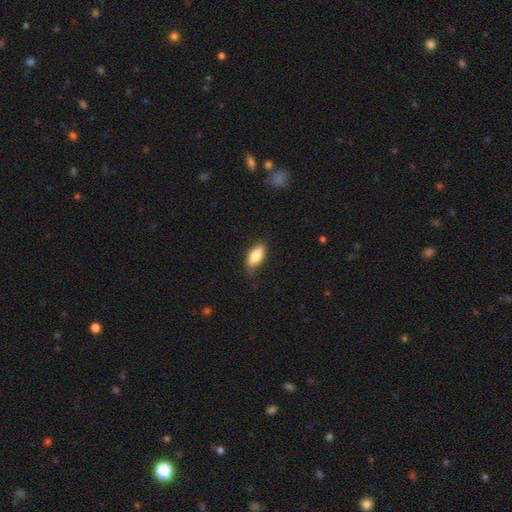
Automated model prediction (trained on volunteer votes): Smooth or featured? Predicted: smooth (p=0.82). How rounded? Predicted: in between (p=0.86). Merging? Predicted: none (p=0.73).